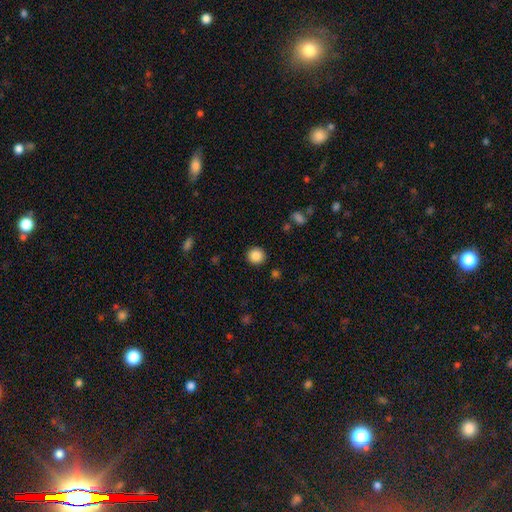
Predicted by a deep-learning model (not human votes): Q: Smooth or featured?
A: smooth (86%); runner-up: star or artifact (9%)
Q: How rounded?
A: round (90%); runner-up: in between (9%)
Q: Merging?
A: none (91%); runner-up: minor disturbance (6%)